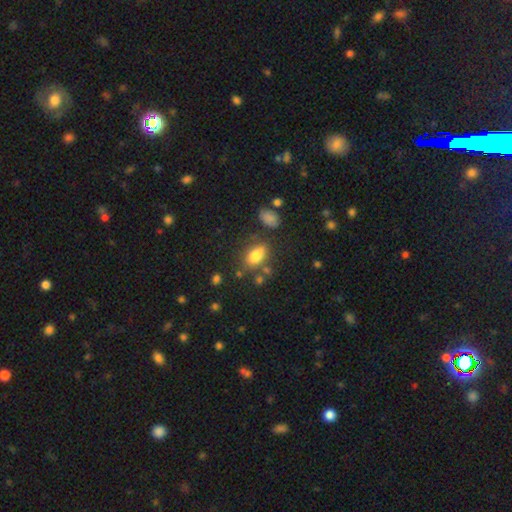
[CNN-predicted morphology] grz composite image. It shows a smooth galaxy with no disk features (79%) that is in between round and cigar-shaped (83%). Merging: none (69%).